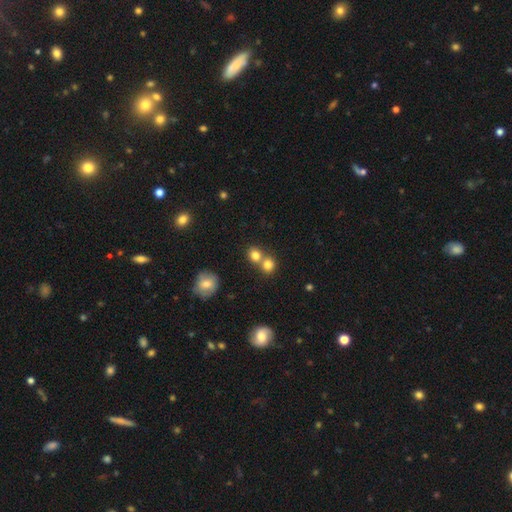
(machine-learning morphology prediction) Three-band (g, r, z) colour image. It shows a smooth galaxy with no disk features (80%) that is round (80%). Merging: merger (47%).